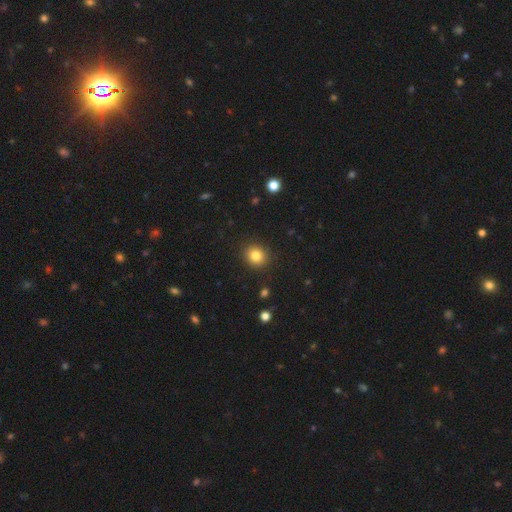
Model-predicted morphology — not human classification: This is clearly a smooth galaxy (83%). How rounded: clearly round (80%). Merging: clearly none (90%).